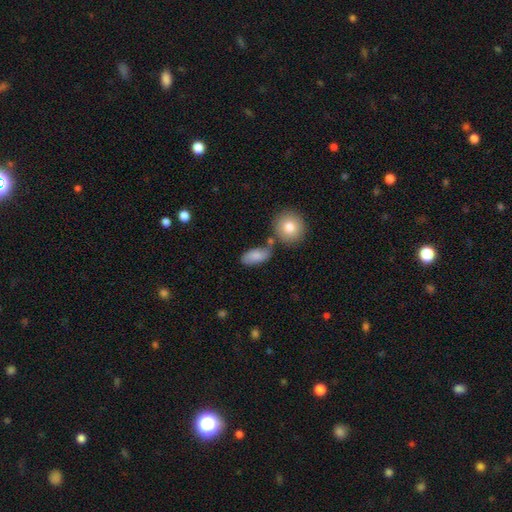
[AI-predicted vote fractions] smooth_or_featured: smooth (p=0.80) [alt: featured or disk p=0.12]
how_rounded: in between (p=0.89) [alt: round p=0.06]
merging: none (p=0.62) [alt: minor disturbance p=0.19]